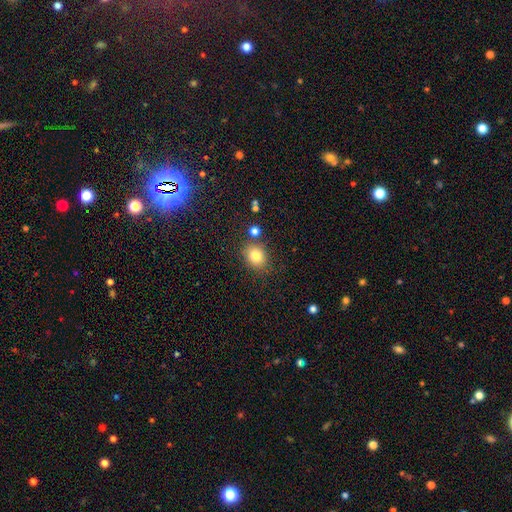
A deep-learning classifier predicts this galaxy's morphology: Smooth or featured?
  - smooth: 81% *
  - star or artifact: 11%
  - featured or disk: 8%
How rounded?
  - round: 64% *
  - in between: 36%
  - cigar-shaped: 1%
Merging?
  - none: 77% *
  - minor disturbance: 12%
  - merger: 8%
  - major disturbance: 3%